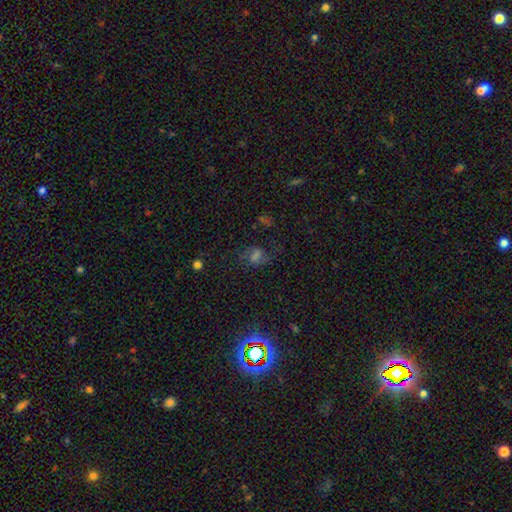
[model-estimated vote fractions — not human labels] Smooth or featured? Predicted: featured or disk (p=0.35). Merging? Predicted: none (p=0.62).